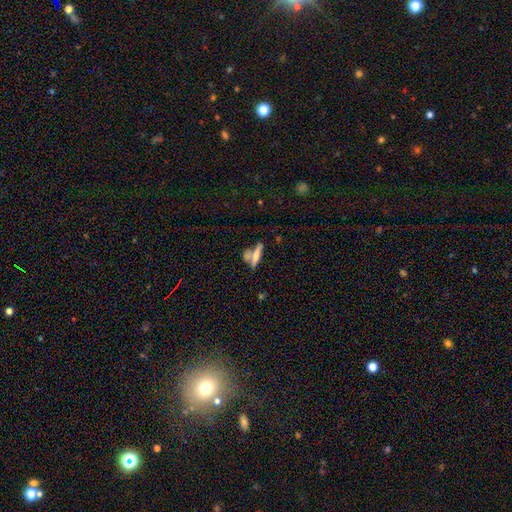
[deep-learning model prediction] Smooth or featured?
  - smooth: 51% *
  - featured or disk: 39%
  - star or artifact: 10%
How rounded?
  - cigar-shaped: 68% *
  - in between: 27%
  - round: 5%
Merging?
  - none: 48% *
  - merger: 32%
  - minor disturbance: 13%
  - major disturbance: 6%